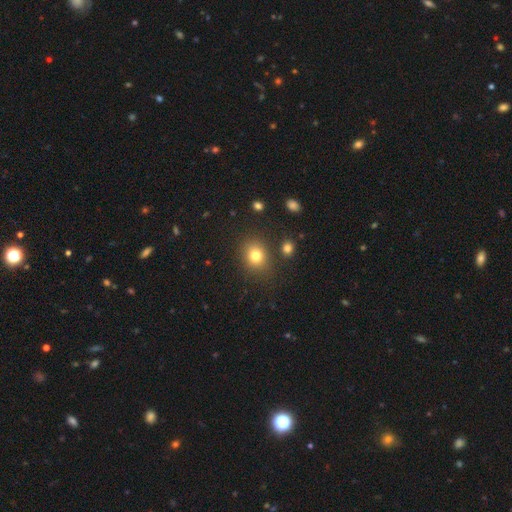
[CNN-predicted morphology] Smooth or featured? Predicted: smooth (p=0.79). How rounded? Predicted: round (p=0.70). Merging? Predicted: none (p=0.83).